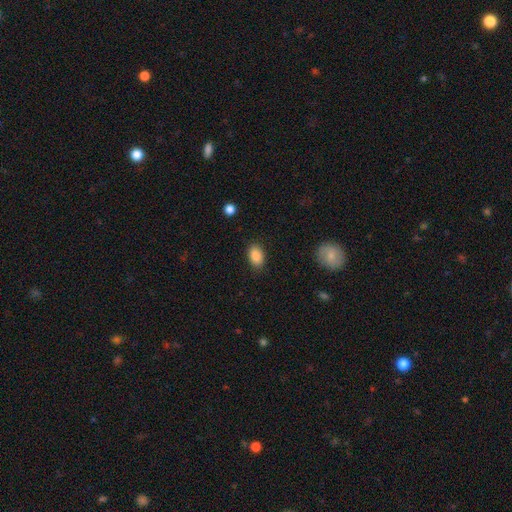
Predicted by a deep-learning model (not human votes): Smooth or featured?
  - smooth: 88% *
  - star or artifact: 8%
  - featured or disk: 5%
How rounded?
  - in between: 89% *
  - round: 10%
  - cigar-shaped: 1%
Merging?
  - none: 87% *
  - minor disturbance: 9%
  - major disturbance: 3%
  - merger: 1%